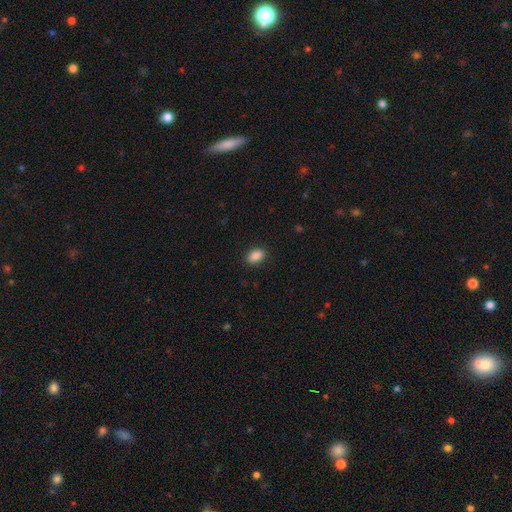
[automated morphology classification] Smooth or featured?
  - smooth: 88% *
  - star or artifact: 8%
  - featured or disk: 3%
How rounded?
  - in between: 84% *
  - round: 14%
  - cigar-shaped: 2%
Merging?
  - none: 89% *
  - minor disturbance: 8%
  - major disturbance: 2%
  - merger: 1%